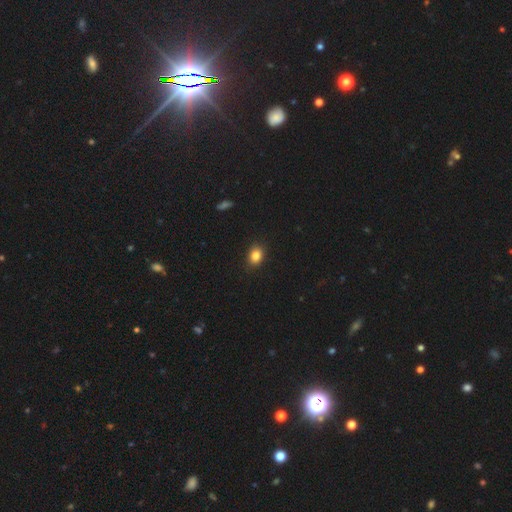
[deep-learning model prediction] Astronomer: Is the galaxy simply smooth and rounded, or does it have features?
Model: smooth — 84%.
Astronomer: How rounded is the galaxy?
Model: in between — 63%.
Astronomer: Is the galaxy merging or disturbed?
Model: none — 87%.